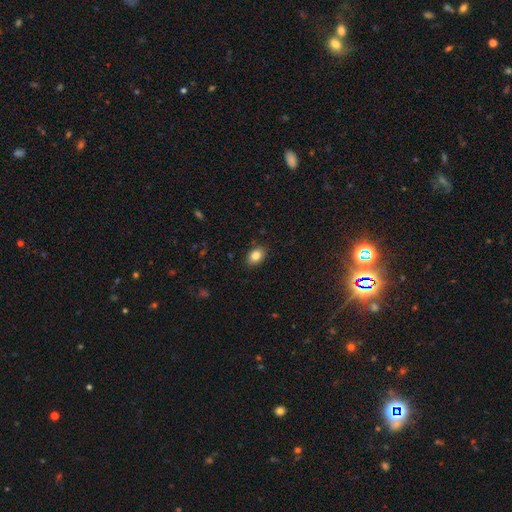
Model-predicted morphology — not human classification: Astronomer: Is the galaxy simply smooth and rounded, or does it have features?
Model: smooth — 84%.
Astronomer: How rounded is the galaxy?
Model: in between — 80%.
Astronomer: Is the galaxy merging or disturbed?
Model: none — 86%.